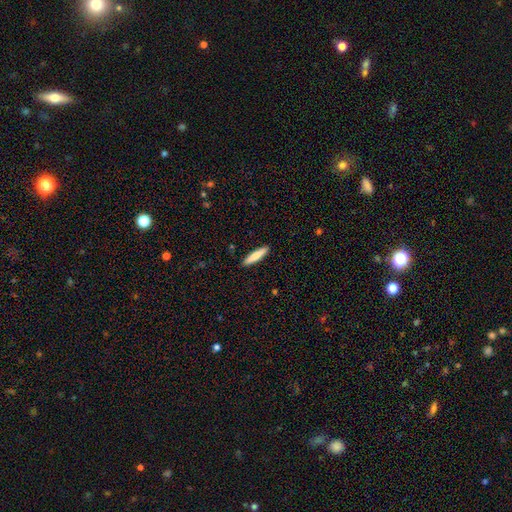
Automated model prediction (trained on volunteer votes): Smooth or featured? Predicted: smooth (p=0.75). How rounded? Predicted: cigar-shaped (p=0.85). Merging? Predicted: none (p=0.91).